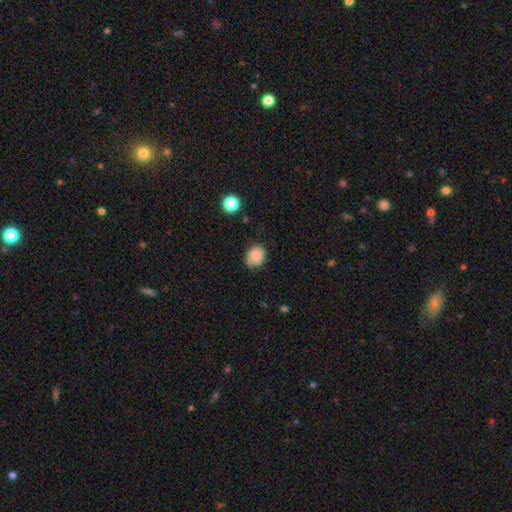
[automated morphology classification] Q: Smooth or featured?
A: smooth (83%); runner-up: star or artifact (9%)
Q: How rounded?
A: round (52%); runner-up: in between (47%)
Q: Merging?
A: none (73%); runner-up: minor disturbance (22%)